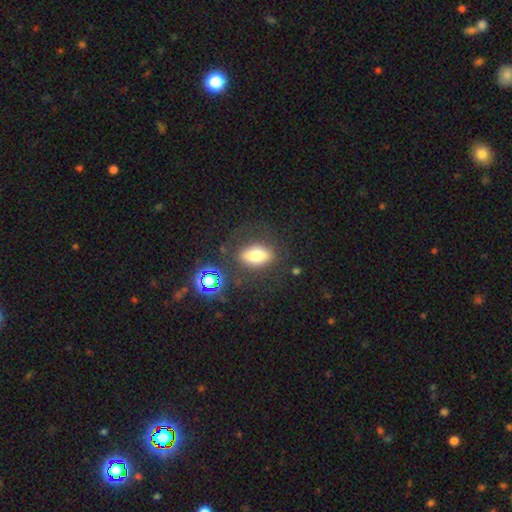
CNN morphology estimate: type=smooth (67%); roundness=in between (81%); merging=none (75%).